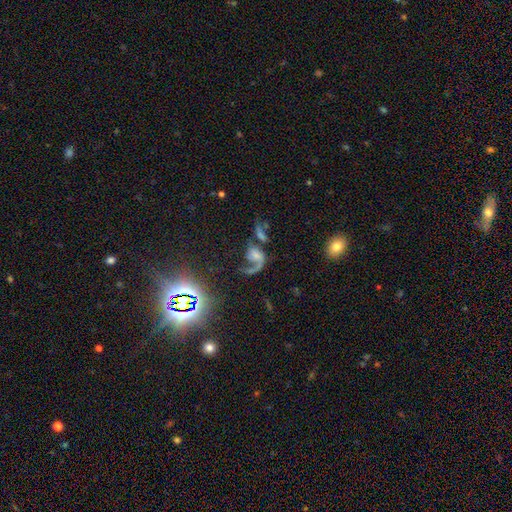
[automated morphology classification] smooth-or-featured: featured or disk: 65% | star or artifact: 20% | smooth: 15%
  disk-edge-on: no: 96% | yes: 4%
    bar: no: 67% | weak: 24% | strong: 9%
    has-spiral-arms: yes: 84% | no: 16%
      spiral-winding: loose: 66% | medium: 25% | tight: 8%
      spiral-arm-count: 1: 55% | 2: 39% | can't tell: 3% | 3: 1% | 4: 1% | more than 4: 1%
    bulge-size: moderate: 32% | small: 30% | none: 23% | large: 11% | dominant: 4%
  merging: major disturbance: 34% | none: 31% | merger: 21% | minor disturbance: 14%